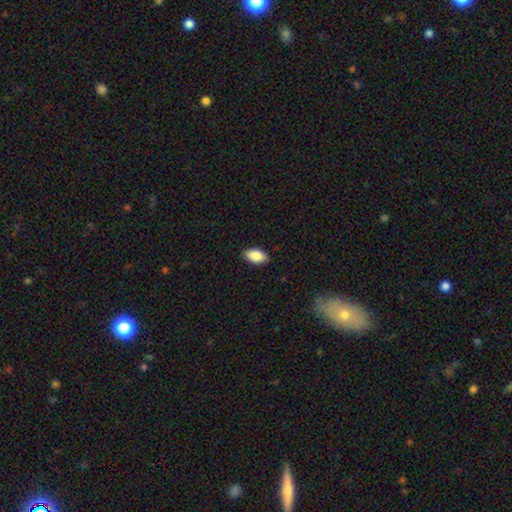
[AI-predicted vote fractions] smooth 88%, star or artifact 7%, featured or disk 5%. Down the decision tree: how rounded — in between (94%); merging — none (89%).